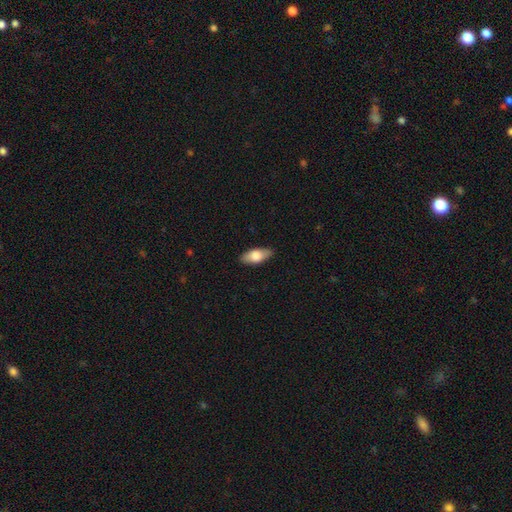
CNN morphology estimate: type=smooth (73%); roundness=in between (84%); merging=none (86%).